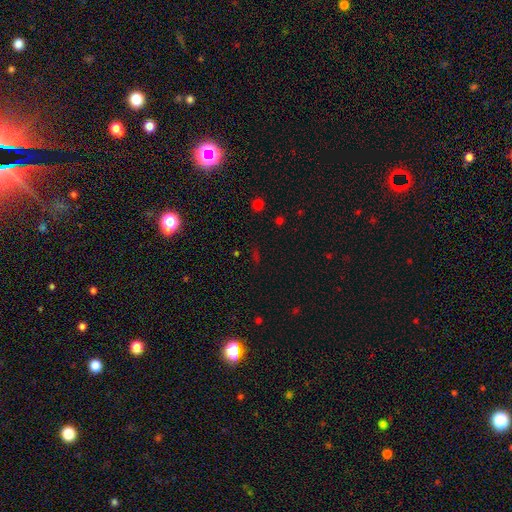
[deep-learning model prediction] A star or artifact, not a galaxy (62%).

Vote fractions:
- Smooth or featured? star or artifact: 62% / smooth: 29% / featured or disk: 9%